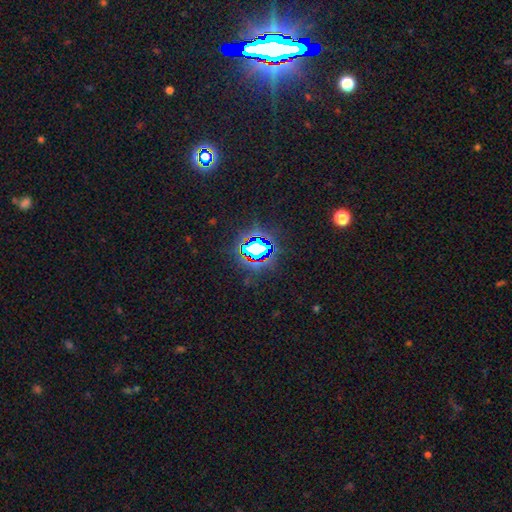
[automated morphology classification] This is clearly a star or artifact rather than a galaxy (85%).